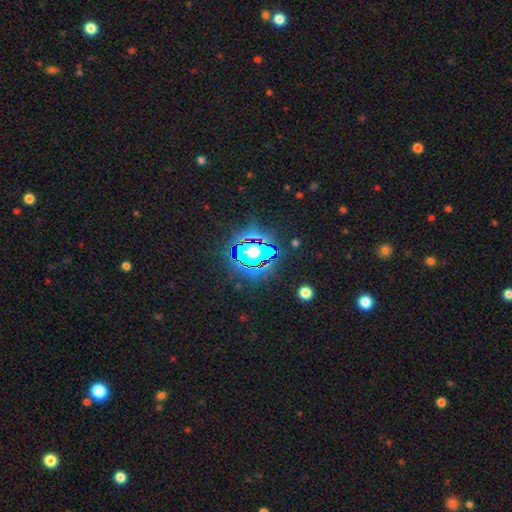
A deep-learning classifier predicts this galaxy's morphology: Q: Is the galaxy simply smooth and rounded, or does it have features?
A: star or artifact — 80%.